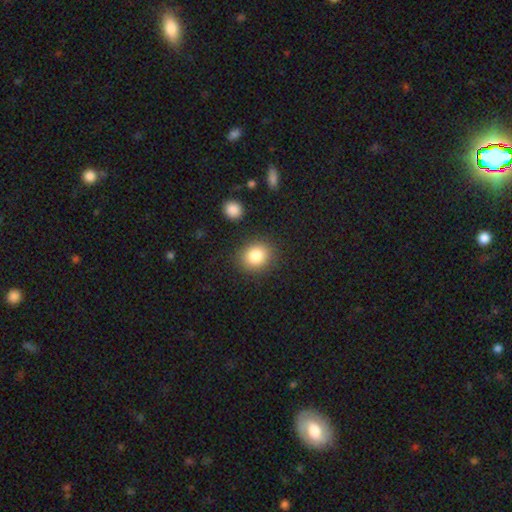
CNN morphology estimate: Smooth or featured? smooth (83%)
How rounded? round (68%)
Merging? none (86%)